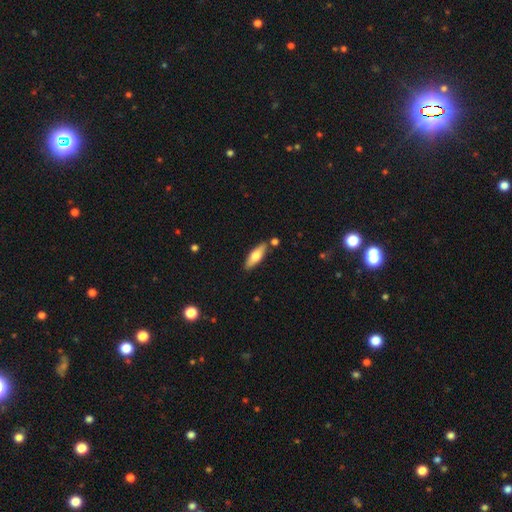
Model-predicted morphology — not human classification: smooth 65%, featured or disk 30%, star or artifact 6%. Down the decision tree: how rounded — in between (52%); merging — none (81%).